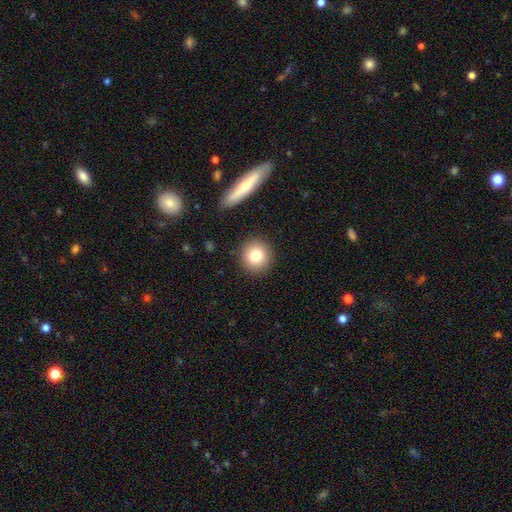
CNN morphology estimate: smooth 80%, featured or disk 11%, star or artifact 9%. Down the decision tree: how rounded — round (92%); merging — none (89%).